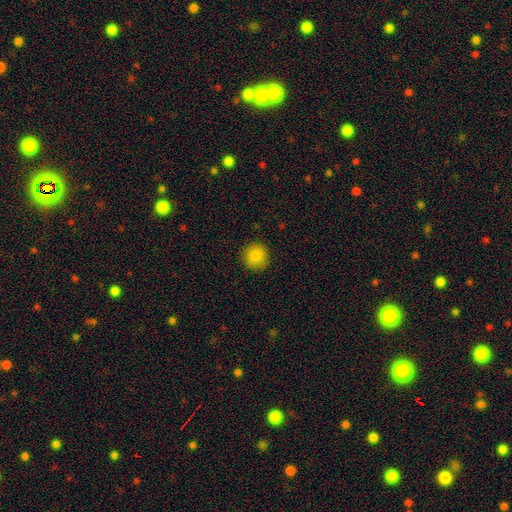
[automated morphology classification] smooth_or_featured: smooth (p=0.85) [alt: star or artifact p=0.10]
how_rounded: round (p=0.91) [alt: in between p=0.08]
merging: none (p=0.90) [alt: minor disturbance p=0.07]